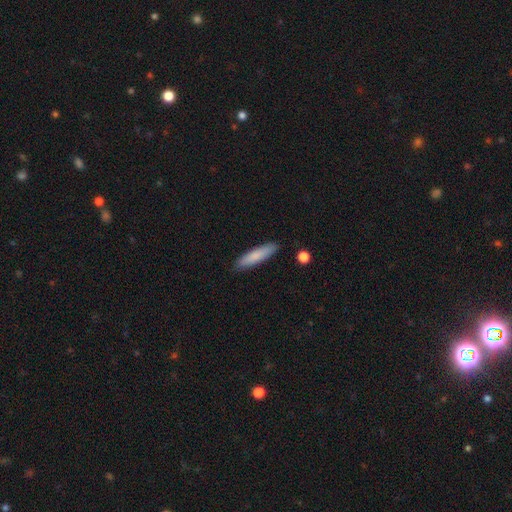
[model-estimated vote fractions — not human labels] smooth-or-featured: smooth: 82% | featured or disk: 13% | star or artifact: 6%
  how-rounded: cigar-shaped: 79% | in between: 20% | round: 1%
  merging: none: 88% | minor disturbance: 8% | major disturbance: 2% | merger: 2%